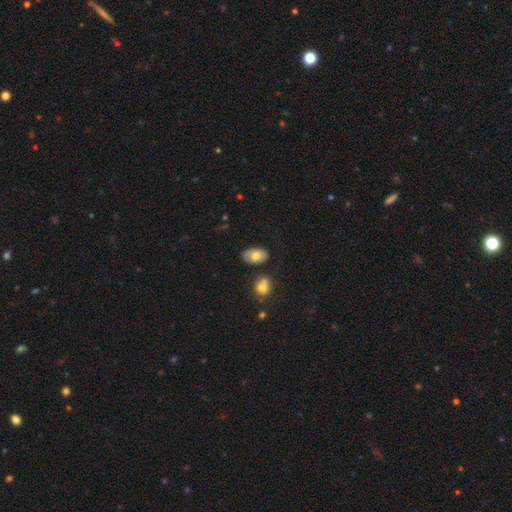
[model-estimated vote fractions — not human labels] A smooth galaxy with no disk features (72%) that is in between round and cigar-shaped (91%). Merging: none (71%).